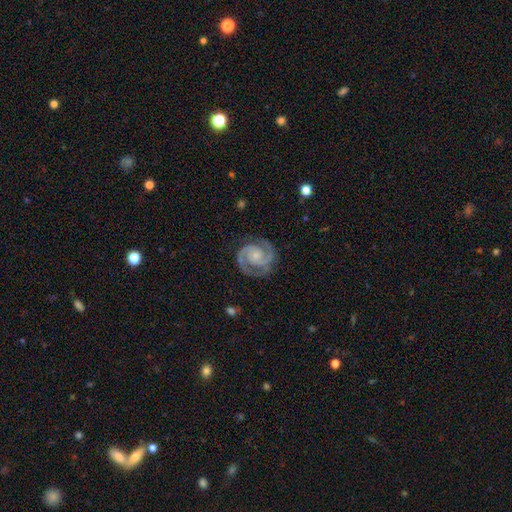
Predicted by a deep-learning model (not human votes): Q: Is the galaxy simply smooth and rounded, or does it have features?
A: featured or disk — 93%.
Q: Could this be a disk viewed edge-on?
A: no — 98%.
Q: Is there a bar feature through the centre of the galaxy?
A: no — 68%.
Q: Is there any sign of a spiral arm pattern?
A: yes — 99%.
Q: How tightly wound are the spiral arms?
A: tight — 56%.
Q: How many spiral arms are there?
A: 2 — 93%.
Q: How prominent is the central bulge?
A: small — 65%.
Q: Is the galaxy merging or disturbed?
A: none — 83%.